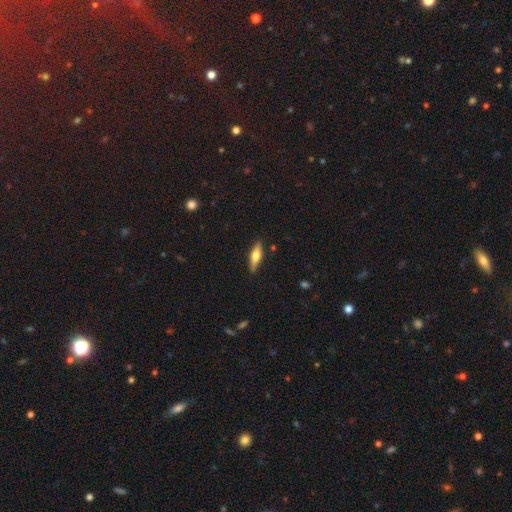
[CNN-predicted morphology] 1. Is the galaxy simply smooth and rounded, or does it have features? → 48% featured or disk, 46% smooth, 6% star or artifact.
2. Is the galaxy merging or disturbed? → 87% none, 10% minor disturbance, 2% major disturbance, 1% merger.